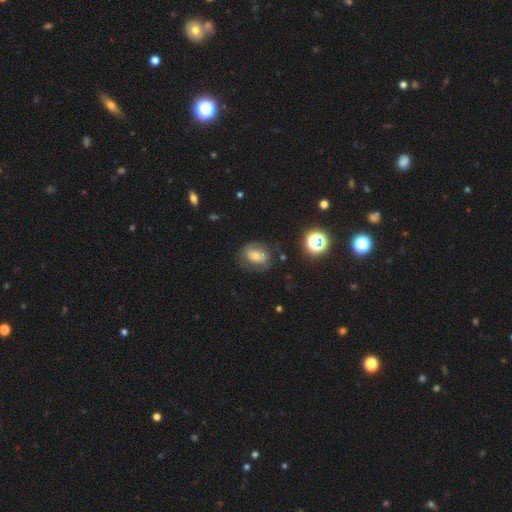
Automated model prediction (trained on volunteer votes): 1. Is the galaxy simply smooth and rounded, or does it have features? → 44% featured or disk, 41% smooth, 14% star or artifact.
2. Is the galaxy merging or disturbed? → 70% none, 18% minor disturbance, 10% major disturbance, 2% merger.